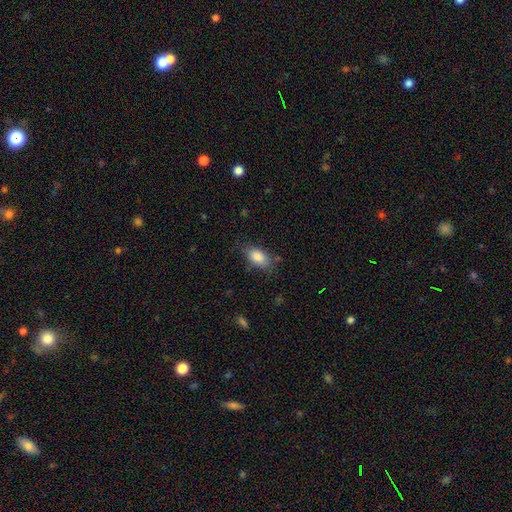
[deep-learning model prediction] Smooth or featured? smooth (83%)
How rounded? in between (88%)
Merging? none (76%)